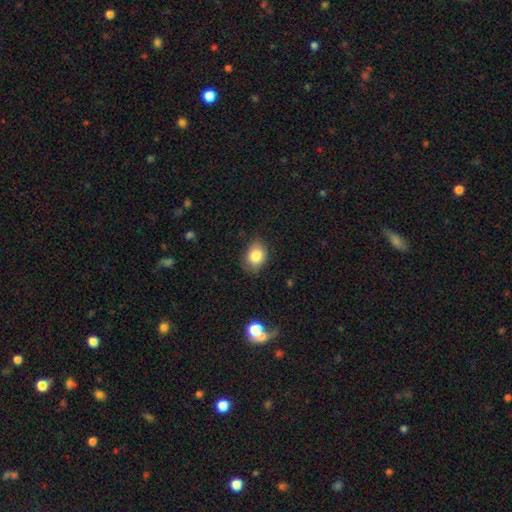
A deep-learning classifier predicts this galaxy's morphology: The model was most divided on "how rounded": in between: 64%, round: 35%, cigar-shaped: 1%. More confident: smooth or featured — smooth (83%); merging — none (76%).